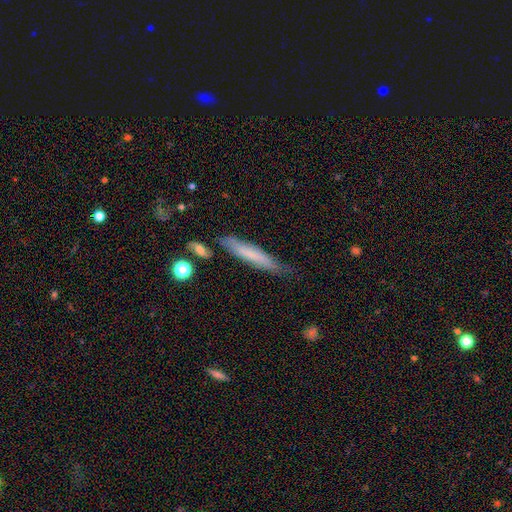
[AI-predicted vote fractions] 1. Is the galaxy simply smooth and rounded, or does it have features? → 60% smooth, 30% featured or disk, 10% star or artifact.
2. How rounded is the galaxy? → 92% cigar-shaped, 6% in between, 2% round.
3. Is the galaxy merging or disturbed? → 75% none, 18% minor disturbance, 4% major disturbance, 3% merger.